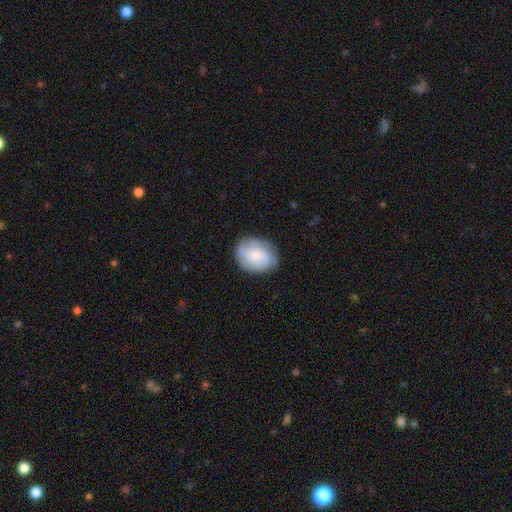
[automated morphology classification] Q: Smooth or featured?
A: smooth (47%); runner-up: featured or disk (46%)
Q: Merging?
A: none (75%); runner-up: minor disturbance (18%)